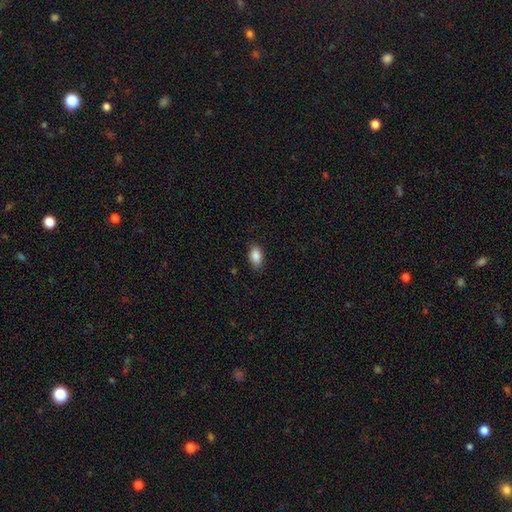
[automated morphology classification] Smooth or featured? Predicted: smooth (p=0.88). How rounded? Predicted: in between (p=0.90). Merging? Predicted: none (p=0.86).